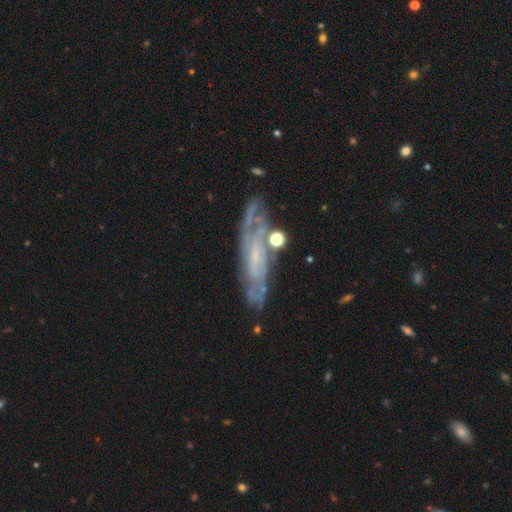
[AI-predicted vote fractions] Q: Smooth or featured?
A: featured or disk (78%); runner-up: smooth (15%)
Q: Edge-on disk?
A: no (76%); runner-up: yes (24%)
Q: Bar?
A: no (51%); runner-up: weak (37%)
Q: Spiral arms?
A: yes (86%); runner-up: no (14%)
Q: Spiral winding?
A: tight (58%); runner-up: medium (32%)
Q: Spiral arm count?
A: can't tell (52%); runner-up: 2 (26%)
Q: Bulge size?
A: small (63%); runner-up: moderate (18%)
Q: Merging?
A: none (70%); runner-up: minor disturbance (18%)